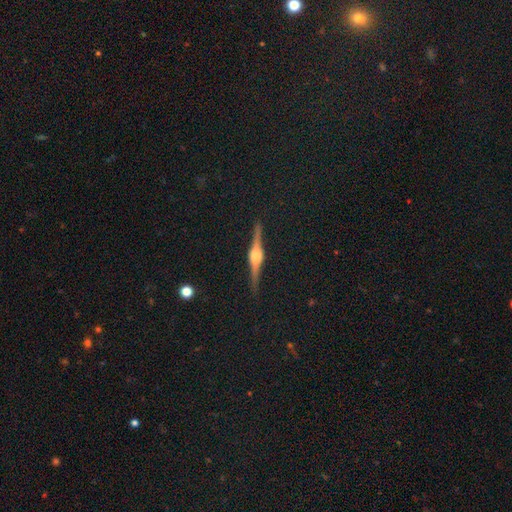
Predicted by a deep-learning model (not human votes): Smooth or featured? featured or disk (86%)
Edge-on disk? yes (98%)
Edge-on bulge? rounded (84%)
Merging? none (91%)